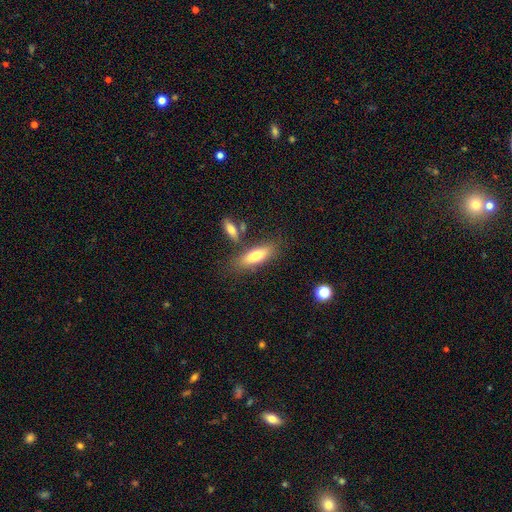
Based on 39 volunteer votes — A smooth galaxy with no disk features (79%) that is in between round and cigar-shaped (77%).

Vote fractions:
- Smooth or featured? smooth: 79% / featured or disk: 18% / star or artifact: 3%
- How rounded? in between: 77% / cigar-shaped: 23% / round: 0%
- Merging? none: 87% / minor disturbance: 5% / merger: 5% / major disturbance: 3%